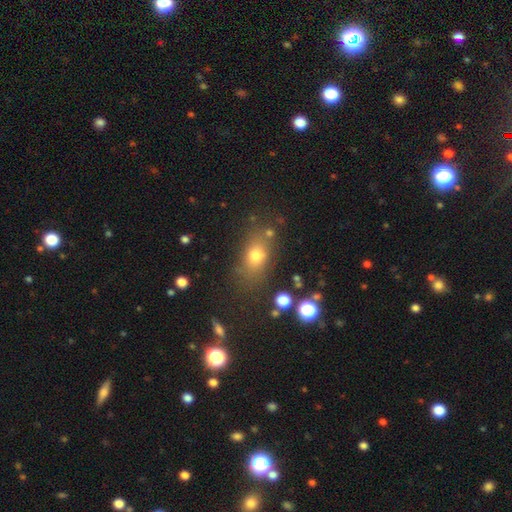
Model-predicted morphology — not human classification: smooth 71%, star or artifact 16%, featured or disk 13%. Down the decision tree: how rounded — in between (67%); merging — none (74%).